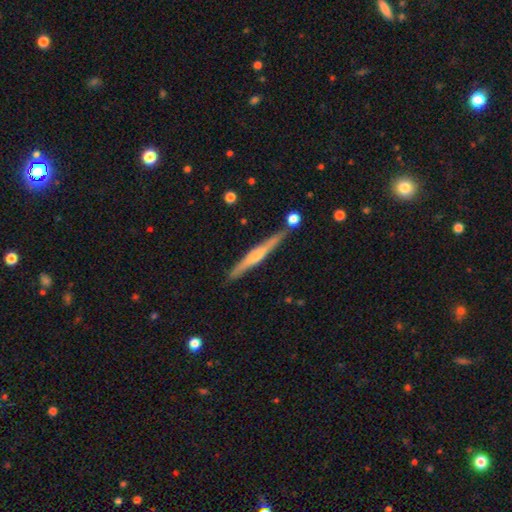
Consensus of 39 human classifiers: This appears to be a featured or disk galaxy (74%) viewed edge-on (97%) with a rounded central bulge (75%). Merging: none (92%).